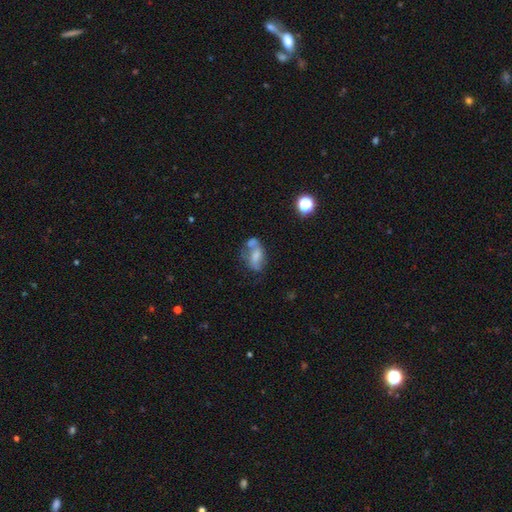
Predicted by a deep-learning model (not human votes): This appears to be a smooth galaxy with no disk features (53%) that is in between round and cigar-shaped (84%). Merging: merger (35%).